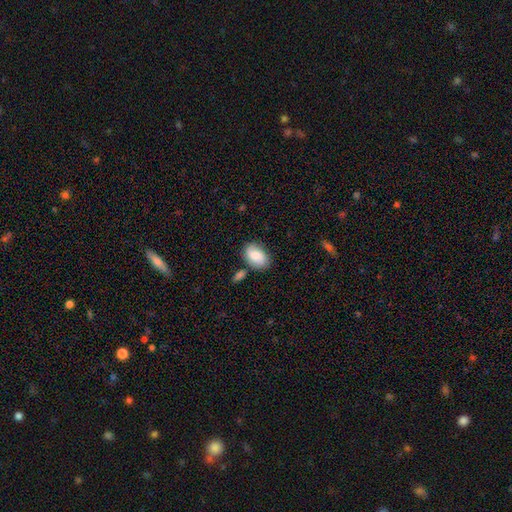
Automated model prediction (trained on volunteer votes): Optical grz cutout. It shows a smooth galaxy with no disk features (76%) that is in between round and cigar-shaped (87%). Merging: none (69%).